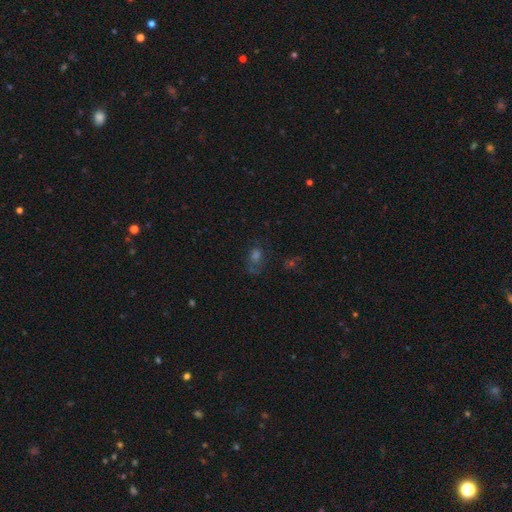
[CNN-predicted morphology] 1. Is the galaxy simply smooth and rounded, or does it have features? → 42% smooth, 36% star or artifact, 22% featured or disk.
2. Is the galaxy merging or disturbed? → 58% none, 20% minor disturbance, 18% major disturbance, 5% merger.